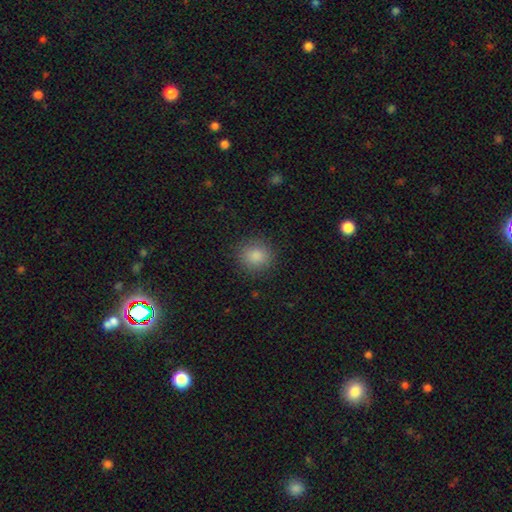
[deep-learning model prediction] This appears to be a smooth galaxy with no disk features (84%) that is round (82%). Merging: none (89%).